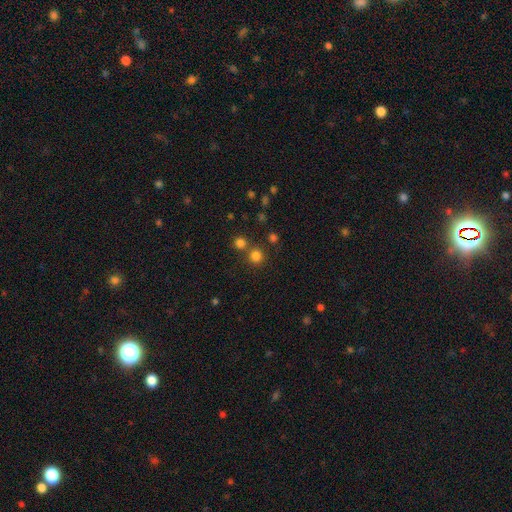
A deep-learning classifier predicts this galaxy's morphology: This appears to be a smooth galaxy with no disk features (77%) that is round (92%). Merging: none (72%).